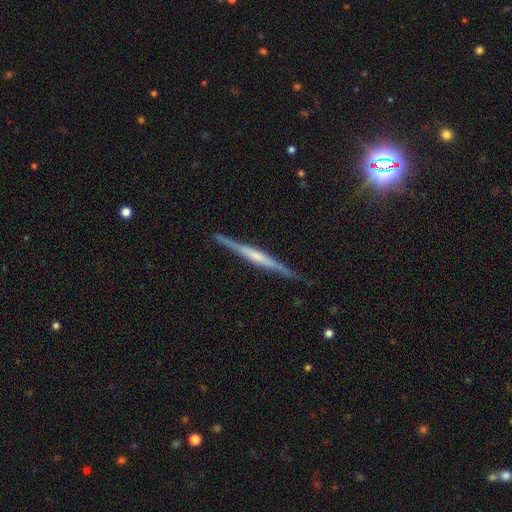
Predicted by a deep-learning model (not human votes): smooth-or-featured: featured or disk: 72% | smooth: 22% | star or artifact: 5%
  disk-edge-on: yes: 98% | no: 2%
    edge-on-bulge: rounded: 38% | none: 36% | boxy: 27%
  merging: none: 87% | minor disturbance: 10% | major disturbance: 2% | merger: 1%